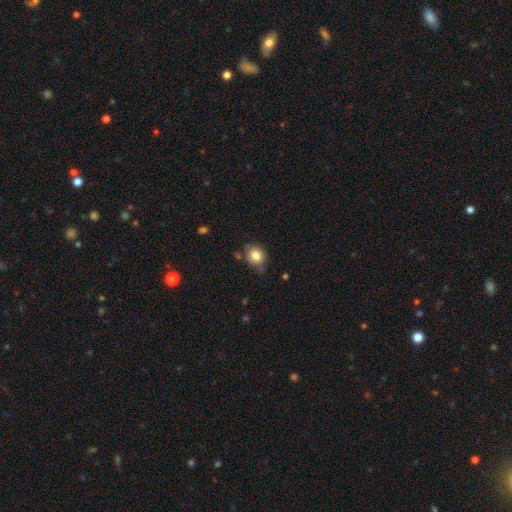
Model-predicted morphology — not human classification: A smooth galaxy with no disk features (82%) that is round (75%). Merging: none (73%).